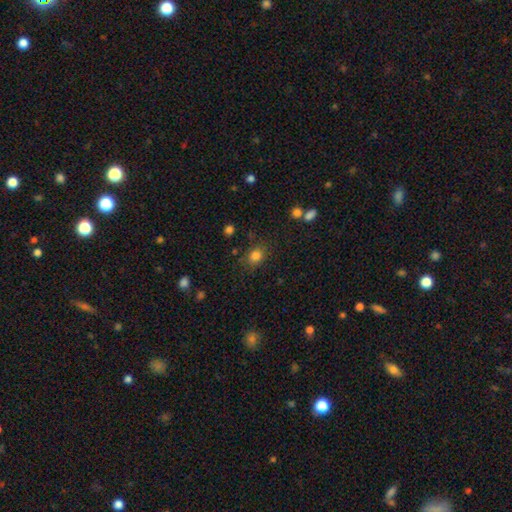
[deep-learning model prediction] The model was most divided on "how rounded": round: 59%, in between: 40%, cigar-shaped: 1%. More confident: smooth or featured — smooth (82%); merging — none (77%).